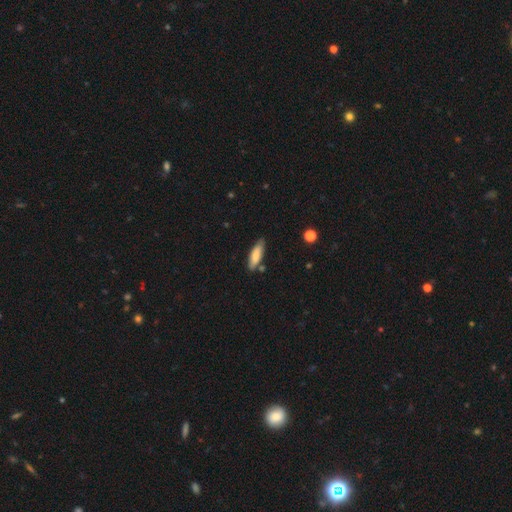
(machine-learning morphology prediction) smooth 79%, featured or disk 15%, star or artifact 6%. Down the decision tree: how rounded — cigar-shaped (52%); merging — none (77%).